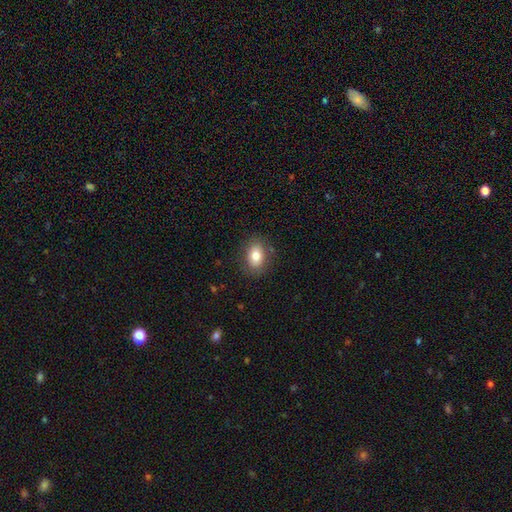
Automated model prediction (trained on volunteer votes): Morphology: type=smooth (81%); roundness=in between (77%); merging=none (84%).